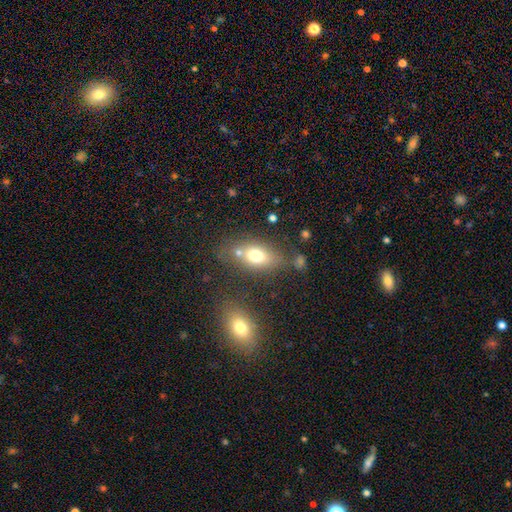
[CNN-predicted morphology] The model was most divided on "merging": none: 61%, minor disturbance: 16%, merger: 16%, major disturbance: 7%. More confident: how rounded — in between (78%); smooth or featured — smooth (71%).